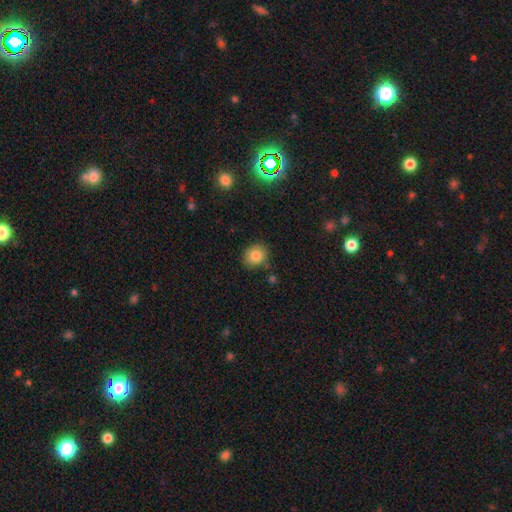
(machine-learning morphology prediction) Smooth or featured: smooth — 83% (star or artifact — 10%)
How rounded: round — 73% (in between — 26%)
Merging: none — 79% (minor disturbance — 14%)